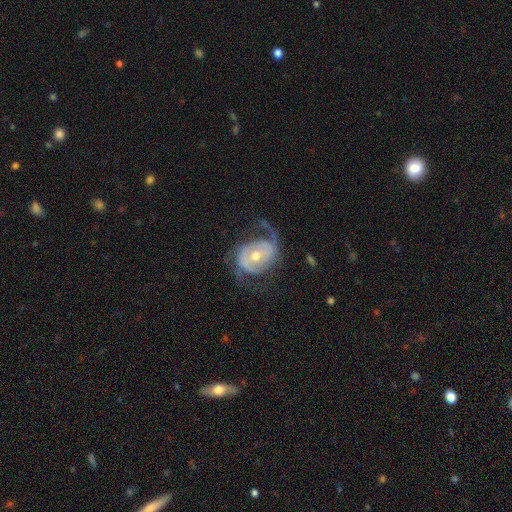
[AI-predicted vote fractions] Morphology: type=featured or disk (83%); edge-on=no (97%); bar=no (61%); spiral arms=yes (88%); winding=medium (40%); arm count=2 (72%); bulge=moderate (66%); merging=none (56%).